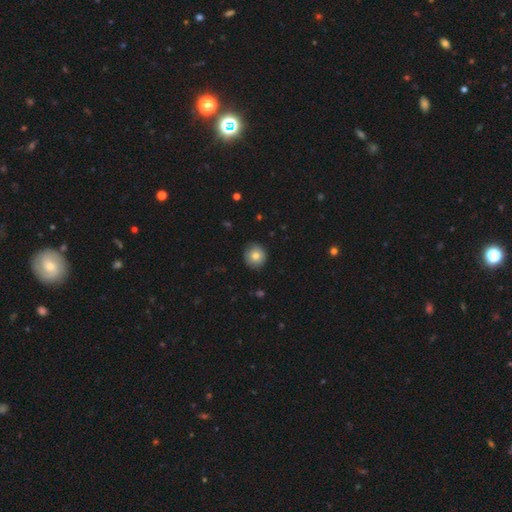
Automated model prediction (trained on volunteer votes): Overall: smooth (79%). How rounded: round (92%). Merging: none (87%).